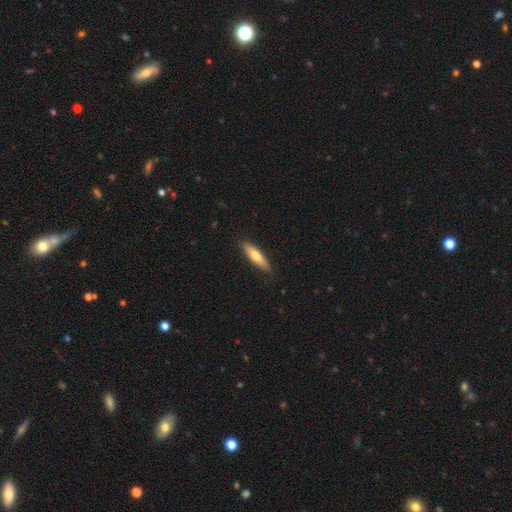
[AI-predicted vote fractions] smooth_or_featured: smooth (p=0.64) [alt: featured or disk p=0.31]
how_rounded: cigar-shaped (p=0.73) [alt: in between p=0.25]
merging: none (p=0.89) [alt: minor disturbance p=0.08]